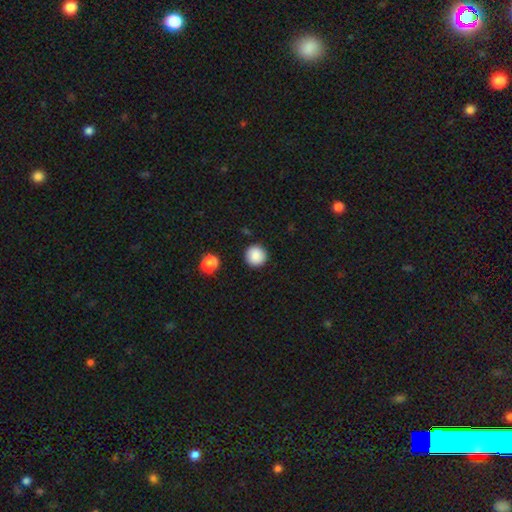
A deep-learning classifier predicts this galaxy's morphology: This is clearly a smooth galaxy (87%). How rounded: clearly round (95%). Merging: clearly none (91%).